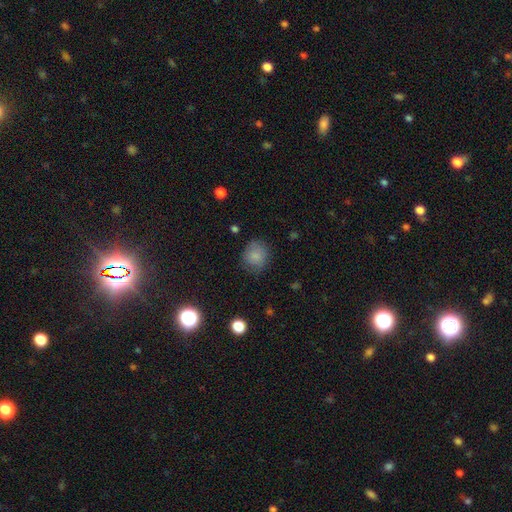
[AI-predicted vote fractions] A smooth galaxy with no disk features (83%) that is round (80%).

Vote fractions:
- Smooth or featured? smooth: 83% / star or artifact: 10% / featured or disk: 7%
- How rounded? round: 80% / in between: 19% / cigar-shaped: 1%
- Merging? none: 76% / minor disturbance: 18% / major disturbance: 5% / merger: 1%